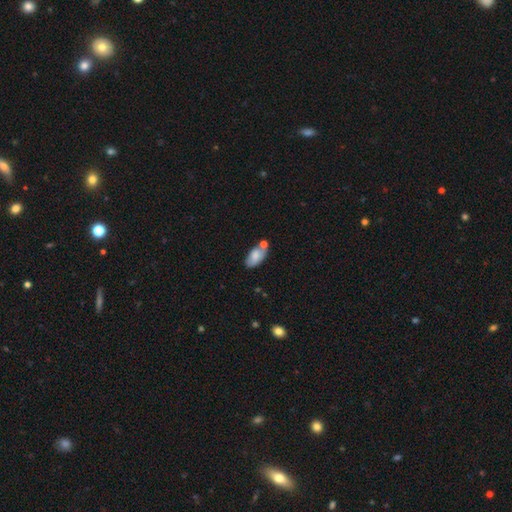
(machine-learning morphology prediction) smooth 74%, featured or disk 19%, star or artifact 7%. Down the decision tree: how rounded — in between (91%); merging — none (51%).